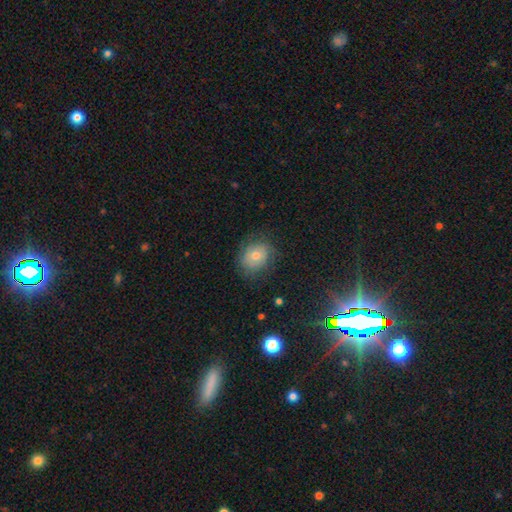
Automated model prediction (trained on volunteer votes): smooth-or-featured: smooth: 59% | featured or disk: 31% | star or artifact: 11%
  how-rounded: round: 62% | in between: 37% | cigar-shaped: 1%
  merging: none: 73% | minor disturbance: 18% | major disturbance: 8% | merger: 1%